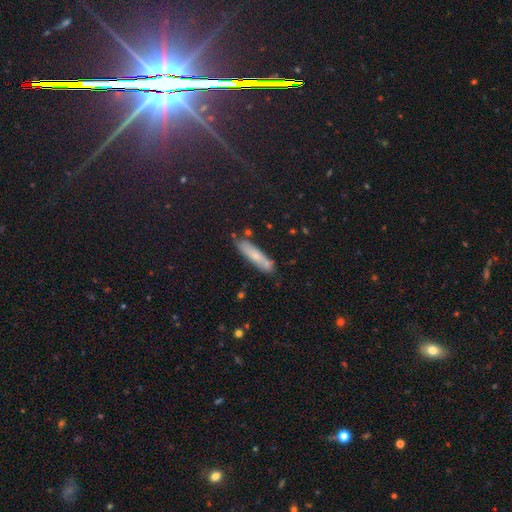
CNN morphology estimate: This is likely a smooth galaxy (62%). How rounded: likely cigar-shaped (76%). Merging: likely none (74%).